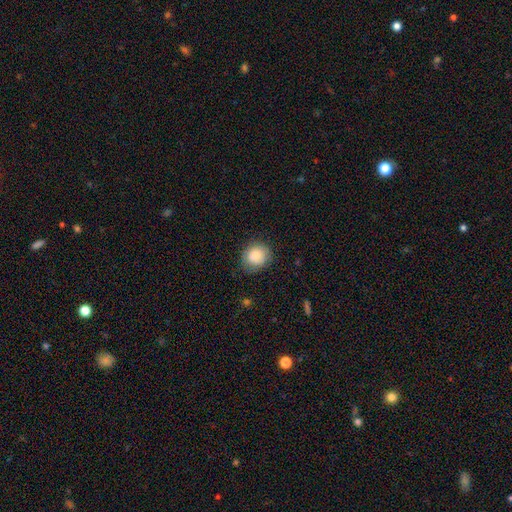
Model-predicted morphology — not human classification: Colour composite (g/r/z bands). It shows a smooth galaxy with no disk features (79%) that is round (77%). Merging: none (75%).